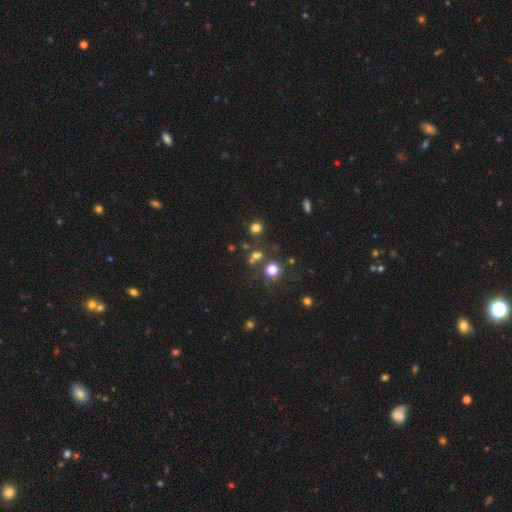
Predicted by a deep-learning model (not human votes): Morphology: type=smooth (59%); roundness=round (78%); merging=none (61%).